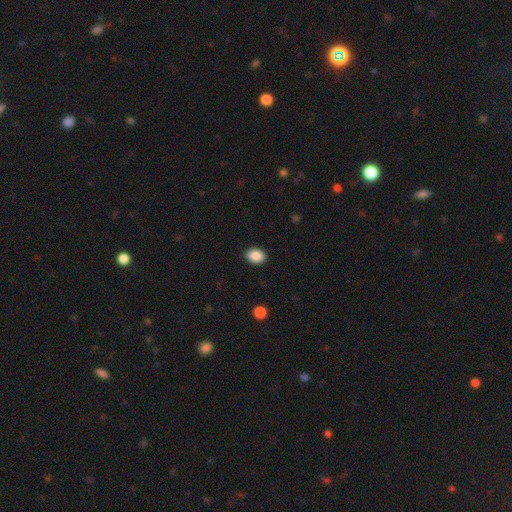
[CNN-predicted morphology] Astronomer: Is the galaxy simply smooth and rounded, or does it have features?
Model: smooth — 89%.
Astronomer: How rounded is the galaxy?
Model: in between — 73%.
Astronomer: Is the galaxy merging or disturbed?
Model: none — 90%.